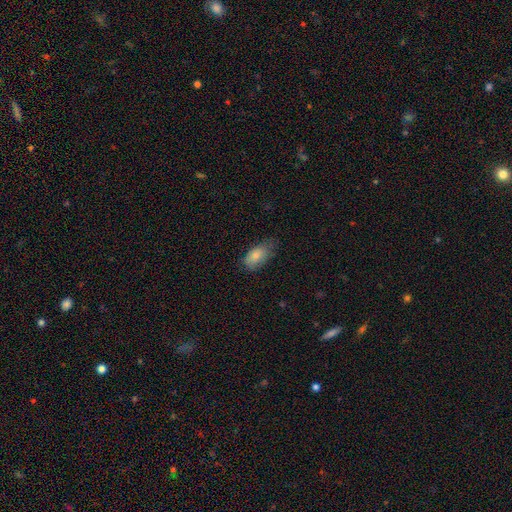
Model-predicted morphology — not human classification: smooth 82%, featured or disk 11%, star or artifact 7%. Down the decision tree: how rounded — in between (92%); merging — none (54%).